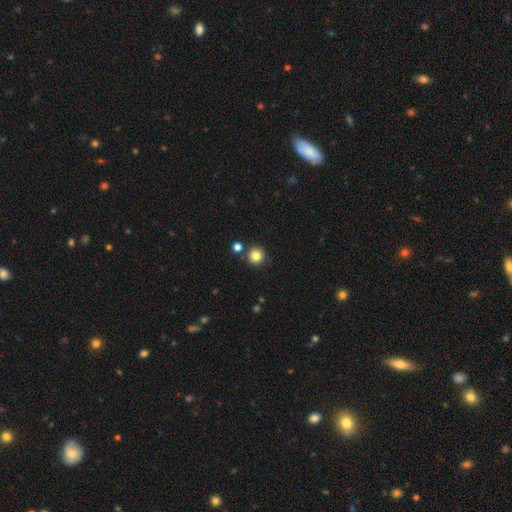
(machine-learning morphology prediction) This appears to be a smooth galaxy with no disk features (82%) that is round (95%). Merging: none (85%).